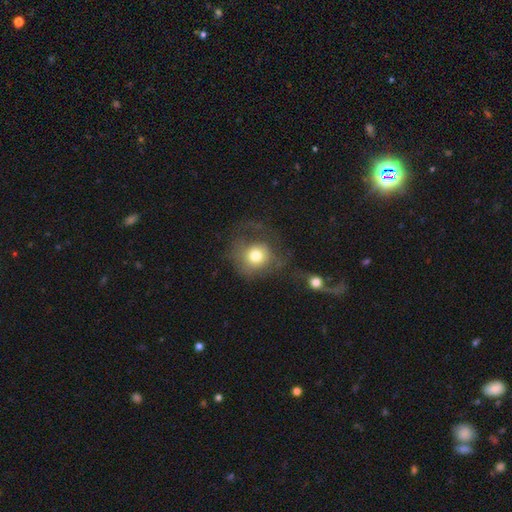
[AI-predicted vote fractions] smooth-or-featured: smooth: 70% | featured or disk: 20% | star or artifact: 10%
  how-rounded: round: 83% | in between: 16% | cigar-shaped: 1%
  merging: none: 45% | major disturbance: 29% | minor disturbance: 21% | merger: 5%